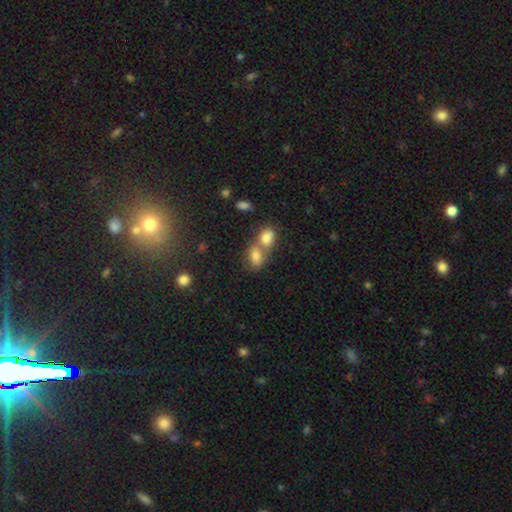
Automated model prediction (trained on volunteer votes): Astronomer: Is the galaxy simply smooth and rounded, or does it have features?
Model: smooth — 76%.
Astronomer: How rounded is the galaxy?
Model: in between — 74%.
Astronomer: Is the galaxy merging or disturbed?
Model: merger — 60%.